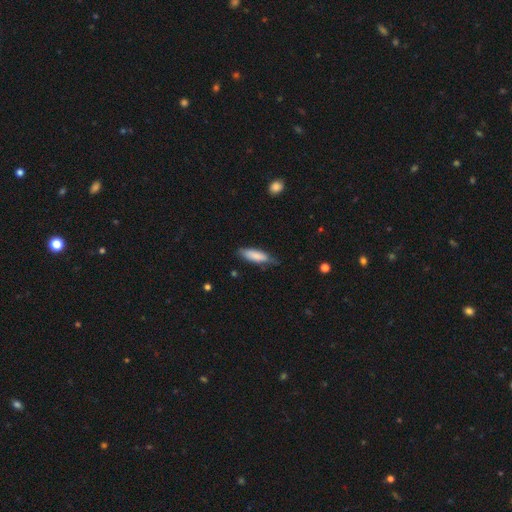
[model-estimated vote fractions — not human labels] Smooth or featured: smooth — 82% (featured or disk — 12%)
How rounded: in between — 50% (cigar-shaped — 48%)
Merging: none — 66% (minor disturbance — 27%)